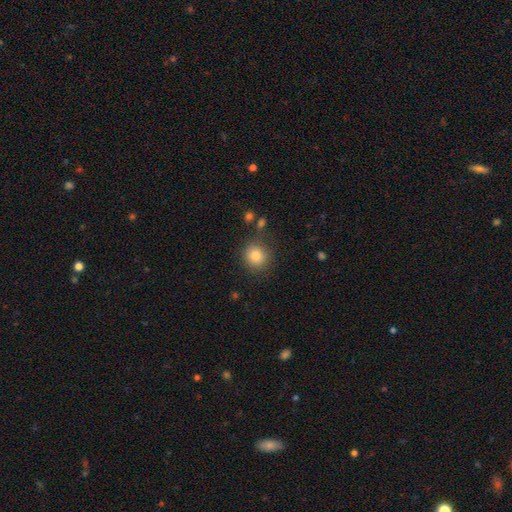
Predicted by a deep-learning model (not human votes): A smooth galaxy with no disk features (82%) that is round (89%). Merging: none (83%).